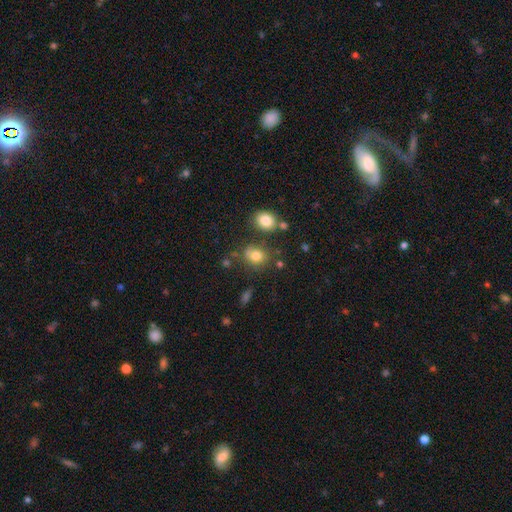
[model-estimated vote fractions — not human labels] Overall: smooth (79%). How rounded: round (62%; in between 37%). Merging: none (66%).